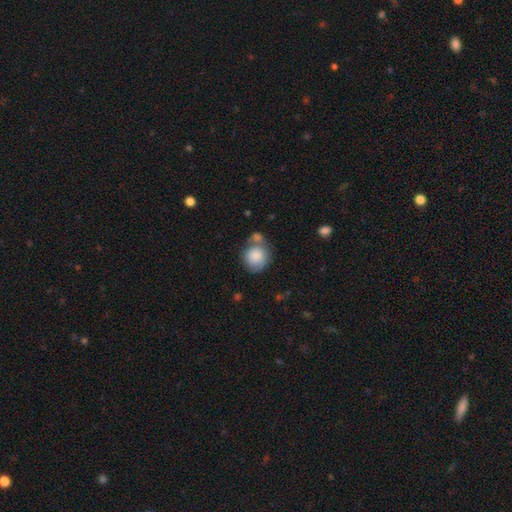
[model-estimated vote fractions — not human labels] The model was most divided on "merging": none: 45%, merger: 28%, minor disturbance: 19%, major disturbance: 8%. More confident: smooth or featured — smooth (83%); how rounded — round (82%).